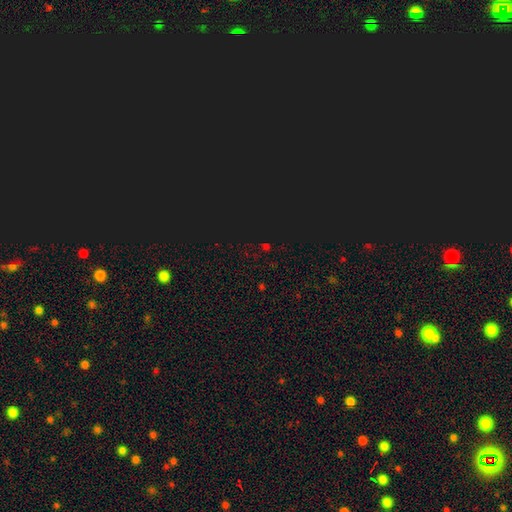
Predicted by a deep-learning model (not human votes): Smooth or featured? Predicted: star or artifact (p=0.71).